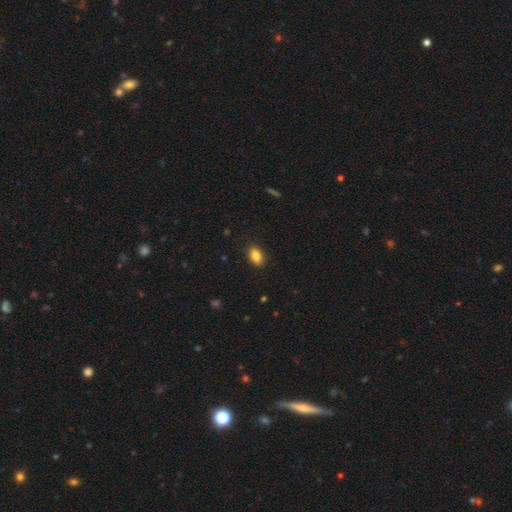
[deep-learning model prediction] A smooth galaxy with no disk features (86%) that is in between round and cigar-shaped (88%).

Vote fractions:
- Smooth or featured? smooth: 86% / star or artifact: 8% / featured or disk: 5%
- How rounded? in between: 88% / round: 9% / cigar-shaped: 2%
- Merging? none: 87% / minor disturbance: 10% / major disturbance: 2% / merger: 1%